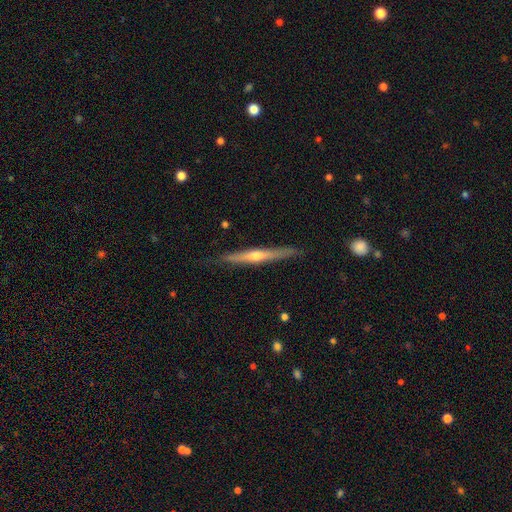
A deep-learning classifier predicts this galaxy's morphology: This is likely a featured or disk galaxy (70%). It is clearly viewed edge-on (97%). Edge-on bulge: clearly rounded (81%). Merging: clearly none (85%).